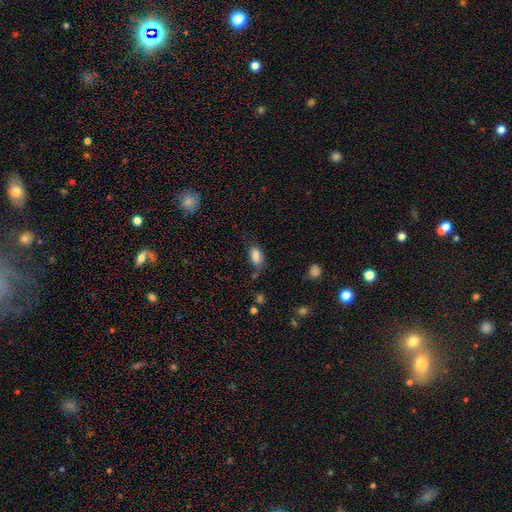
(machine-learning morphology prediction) smooth_or_featured: smooth (p=0.82) [alt: star or artifact p=0.09]
how_rounded: in between (p=0.88) [alt: cigar-shaped p=0.07]
merging: none (p=0.59) [alt: minor disturbance p=0.28]